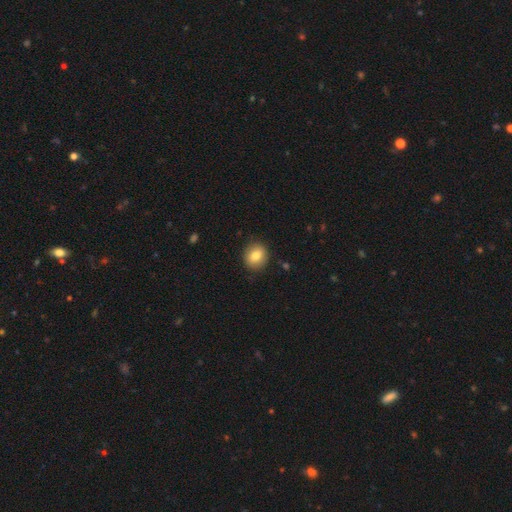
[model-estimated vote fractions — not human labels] Smooth or featured: smooth — 80% (featured or disk — 11%)
How rounded: round — 77% (in between — 22%)
Merging: none — 88% (minor disturbance — 8%)